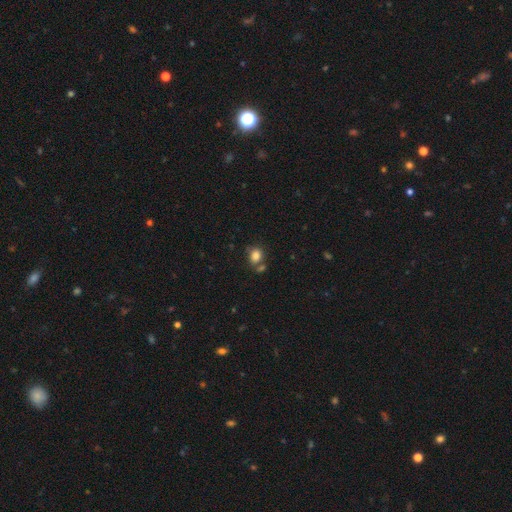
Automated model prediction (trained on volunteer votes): Overall: smooth (83%). How rounded: round (59%; in between 40%). Merging: none (59%; merger 20%).